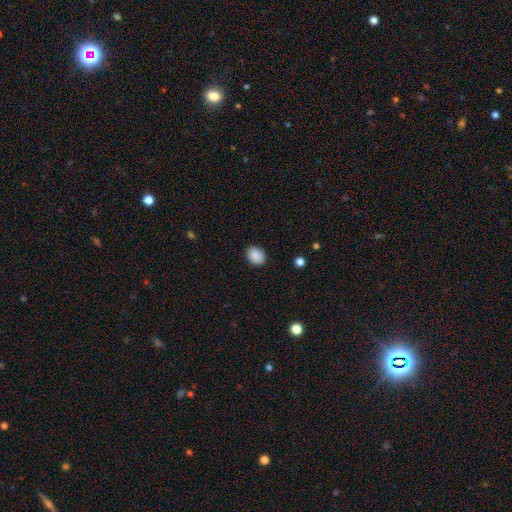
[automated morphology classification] This is clearly a smooth galaxy (89%). How rounded: likely in between (64%). Merging: clearly none (88%).